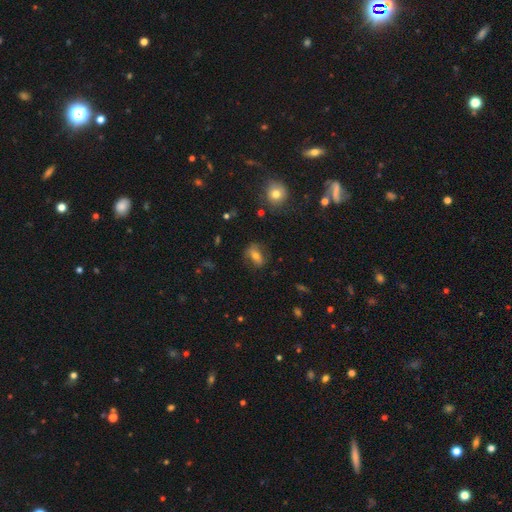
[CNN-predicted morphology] smooth_or_featured: smooth (p=0.55) [alt: featured or disk p=0.33]
how_rounded: in between (p=0.68) [alt: round p=0.25]
merging: none (p=0.70) [alt: minor disturbance p=0.19]